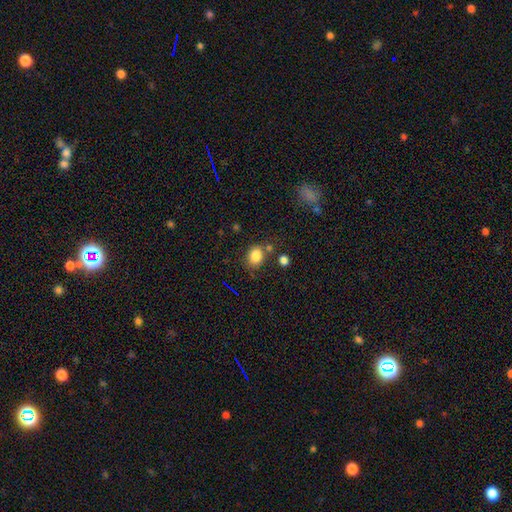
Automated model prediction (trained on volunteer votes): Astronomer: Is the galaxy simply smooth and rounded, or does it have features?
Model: smooth — 83%.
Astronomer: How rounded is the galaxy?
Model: in between — 52% (runner-up: round, 46%).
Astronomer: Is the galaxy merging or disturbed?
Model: none — 70%.